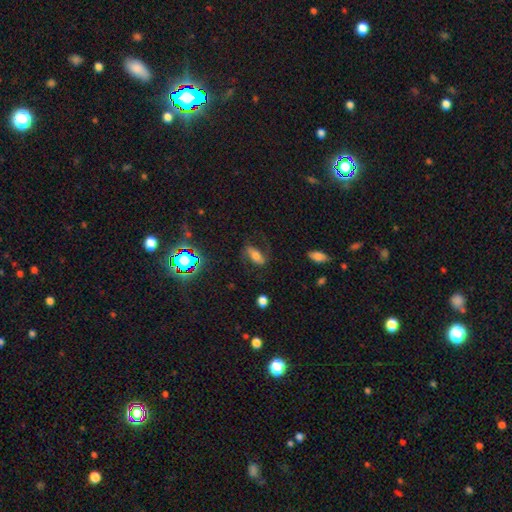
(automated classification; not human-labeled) This appears to be a featured or disk galaxy (44%). Merging: none (68%).